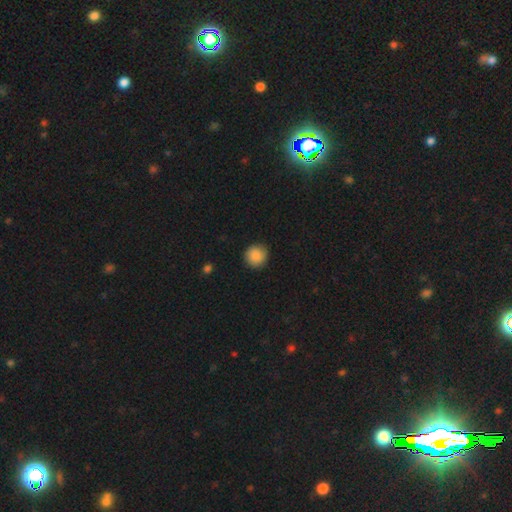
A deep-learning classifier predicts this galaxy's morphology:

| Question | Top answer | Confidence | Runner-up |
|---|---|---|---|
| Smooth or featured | smooth | 88% | star or artifact (8%) |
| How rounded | round | 93% | in between (6%) |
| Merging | none | 88% | minor disturbance (9%) |